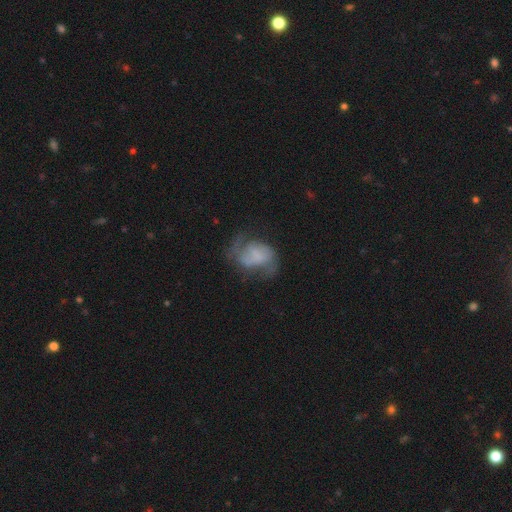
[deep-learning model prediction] smooth_or_featured: featured or disk (p=0.65) [alt: smooth p=0.27]
disk_edge_on: no (p=0.98) [alt: yes p=0.02]
bar: no (p=0.54) [alt: weak p=0.35]
has_spiral_arms: yes (p=0.82) [alt: no p=0.18]
spiral_winding: medium (p=0.44) [alt: loose p=0.37]
spiral_arm_count: 2 (p=0.79) [alt: can't tell p=0.10]
bulge_size: none (p=0.55) [alt: small p=0.19]
merging: none (p=0.47) [alt: major disturbance p=0.27]